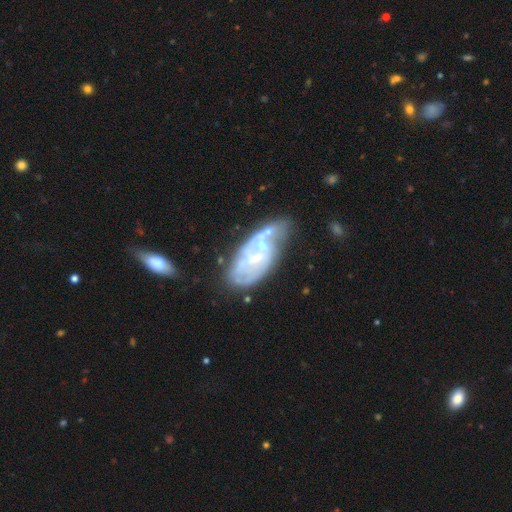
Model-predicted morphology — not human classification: smooth_or_featured: featured or disk (p=0.71) [alt: smooth p=0.21]
disk_edge_on: no (p=0.94) [alt: yes p=0.06]
bar: no (p=0.63) [alt: weak p=0.29]
has_spiral_arms: yes (p=0.59) [alt: no p=0.41]
bulge_size: small (p=0.63) [alt: moderate p=0.23]
merging: none (p=0.34) [alt: minor disturbance p=0.25]